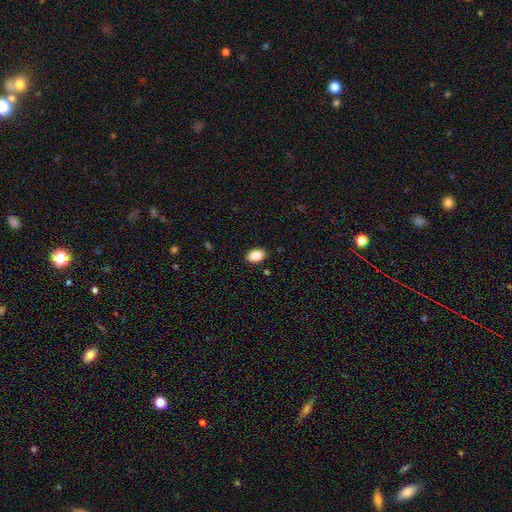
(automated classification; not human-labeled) The model was most divided on "how rounded": in between: 86%, round: 13%, cigar-shaped: 1%. More confident: merging — none (88%); smooth or featured — smooth (87%).